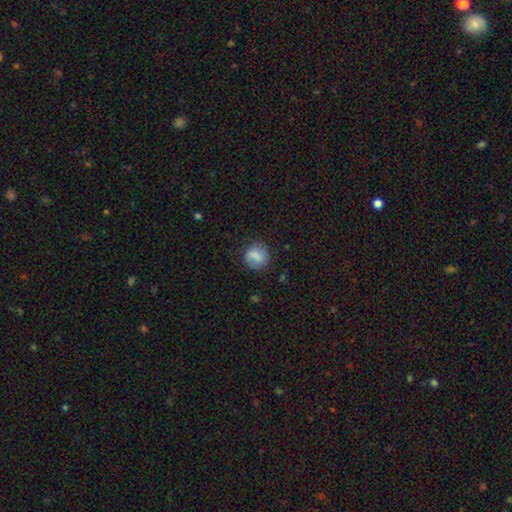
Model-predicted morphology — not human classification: Smooth or featured? Predicted: smooth (p=0.78). How rounded? Predicted: round (p=0.80). Merging? Predicted: none (p=0.72).